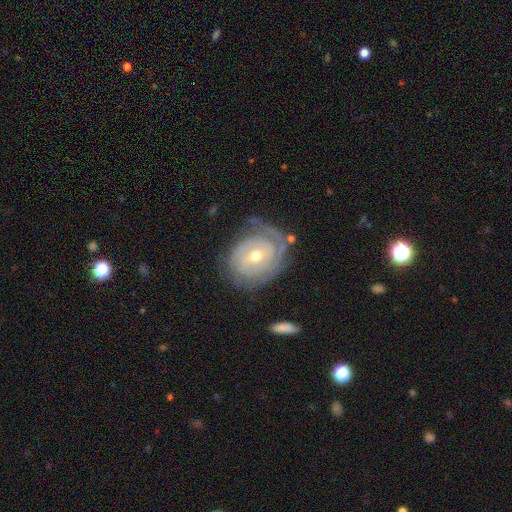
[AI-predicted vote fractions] featured or disk 79%, smooth 15%, star or artifact 6%. Down the decision tree: edge-on disk — no (96%); bar — no (55%); spiral arms — yes (87%); spiral arm count — can't tell (40%); spiral winding — tight (74%); bulge size — moderate (57%); merging — none (58%).